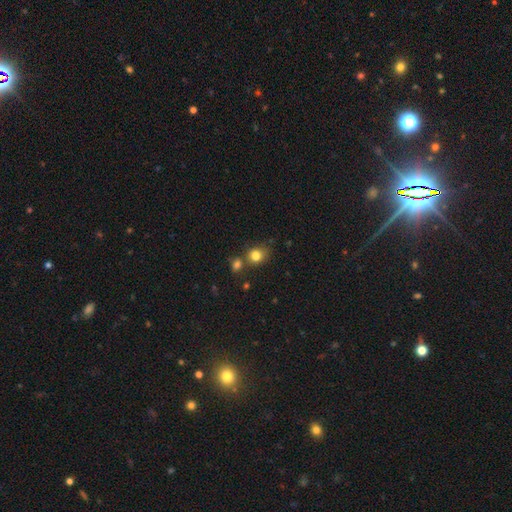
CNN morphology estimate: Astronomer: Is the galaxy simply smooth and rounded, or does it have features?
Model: smooth — 81%.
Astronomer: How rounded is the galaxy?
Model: round — 66%.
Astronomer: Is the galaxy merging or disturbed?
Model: none — 56%.